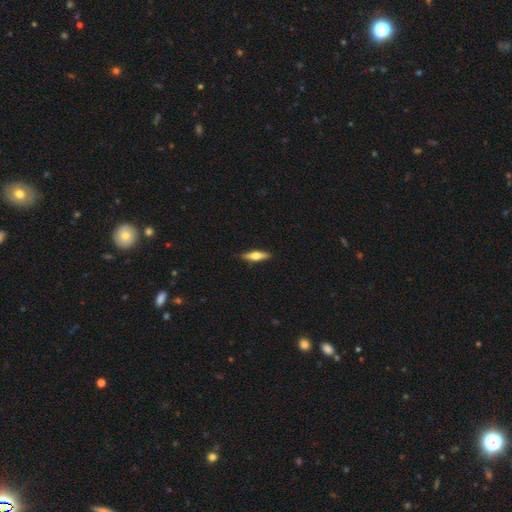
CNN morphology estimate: A smooth galaxy with no disk features (49%). Merging: none (88%).